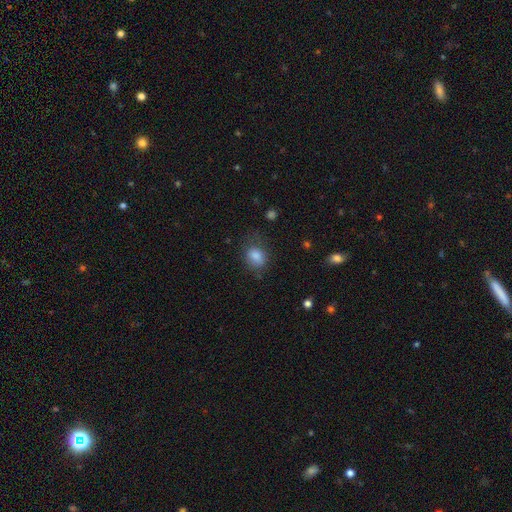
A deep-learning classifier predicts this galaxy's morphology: The model was most divided on "how rounded": in between: 62%, round: 37%, cigar-shaped: 1%. More confident: smooth or featured — smooth (81%); merging — none (61%).